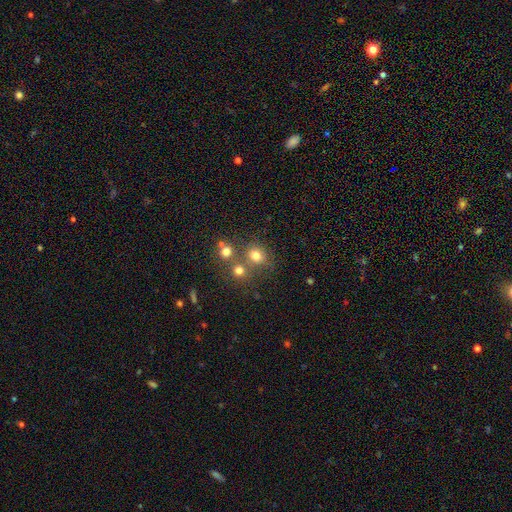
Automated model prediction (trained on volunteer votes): Overall: smooth (73%). How rounded: round (71%). Merging: none (58%; merger 26%).